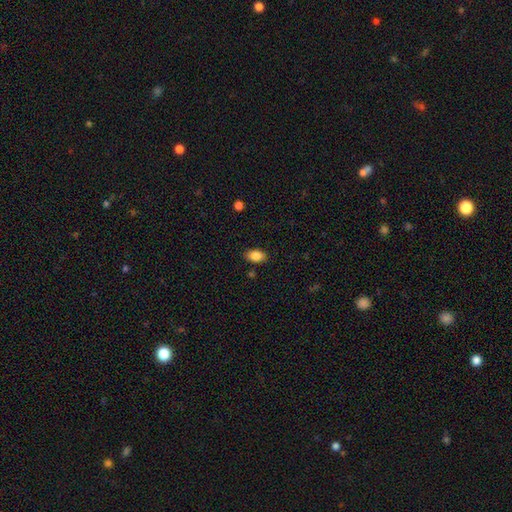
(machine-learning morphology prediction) Smooth or featured: smooth — 85% (star or artifact — 8%)
How rounded: in between — 89% (round — 9%)
Merging: none — 86% (minor disturbance — 10%)